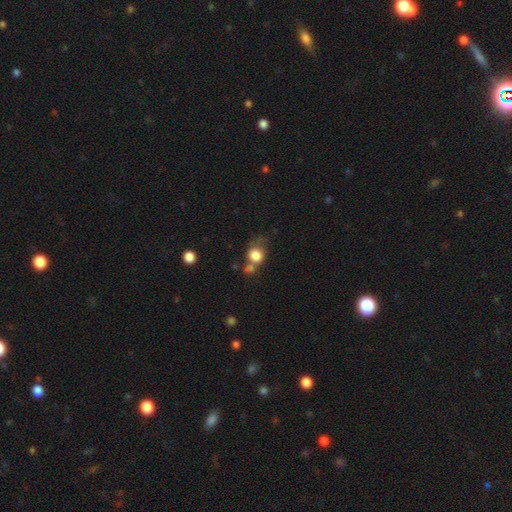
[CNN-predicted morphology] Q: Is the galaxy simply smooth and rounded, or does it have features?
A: smooth — 80%.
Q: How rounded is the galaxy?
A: round — 68%.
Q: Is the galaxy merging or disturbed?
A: none — 35%.